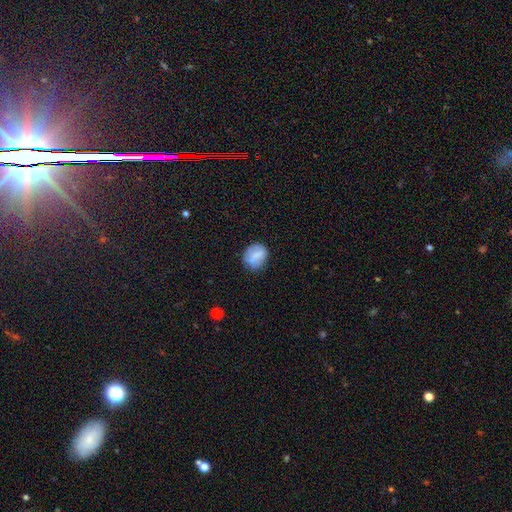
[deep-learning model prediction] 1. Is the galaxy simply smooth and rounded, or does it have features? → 71% smooth, 21% featured or disk, 8% star or artifact.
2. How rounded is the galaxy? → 68% round, 30% in between, 1% cigar-shaped.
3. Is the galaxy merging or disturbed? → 72% none, 20% minor disturbance, 6% major disturbance, 2% merger.